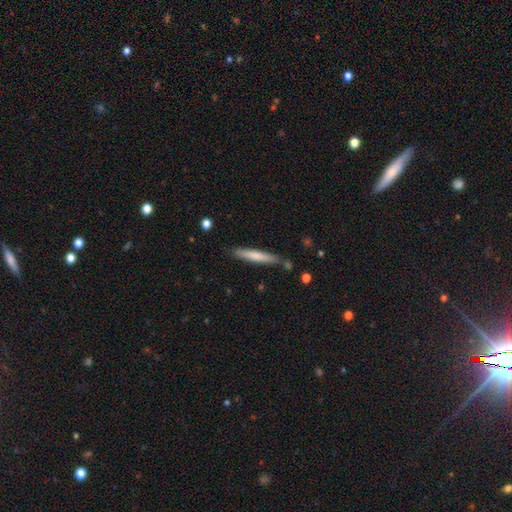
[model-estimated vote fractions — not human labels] Smooth or featured?
  - smooth: 70% *
  - featured or disk: 25%
  - star or artifact: 5%
How rounded?
  - cigar-shaped: 93% *
  - in between: 5%
  - round: 1%
Merging?
  - none: 82% *
  - minor disturbance: 12%
  - merger: 4%
  - major disturbance: 2%